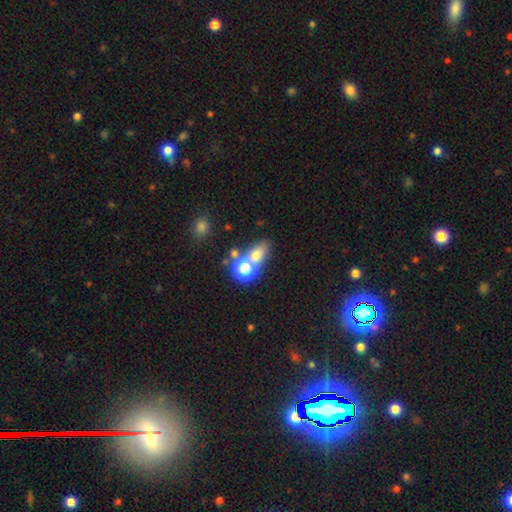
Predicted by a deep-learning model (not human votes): smooth-or-featured: smooth: 63% | star or artifact: 22% | featured or disk: 15%
  how-rounded: in between: 50% | round: 46% | cigar-shaped: 4%
  merging: none: 45% | merger: 40% | minor disturbance: 9% | major disturbance: 6%